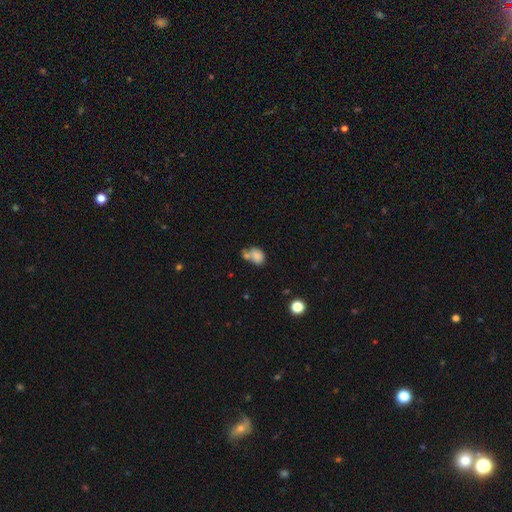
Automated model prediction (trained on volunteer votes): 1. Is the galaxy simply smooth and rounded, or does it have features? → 79% smooth, 11% featured or disk, 10% star or artifact.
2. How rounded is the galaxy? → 63% in between, 36% round, 1% cigar-shaped.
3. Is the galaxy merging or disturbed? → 47% merger, 30% none, 15% minor disturbance, 8% major disturbance.